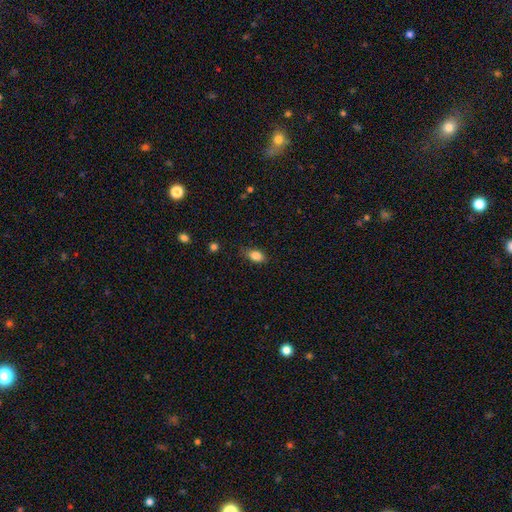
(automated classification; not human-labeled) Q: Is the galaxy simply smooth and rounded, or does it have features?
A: smooth — 85%.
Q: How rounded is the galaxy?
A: in between — 84%.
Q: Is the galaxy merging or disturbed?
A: none — 77%.